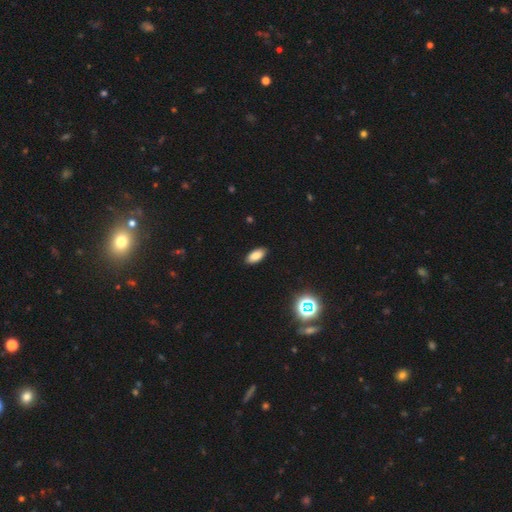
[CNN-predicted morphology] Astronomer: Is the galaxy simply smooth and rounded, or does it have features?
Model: smooth — 84%.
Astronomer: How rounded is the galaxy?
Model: in between — 91%.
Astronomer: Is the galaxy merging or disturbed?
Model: none — 89%.